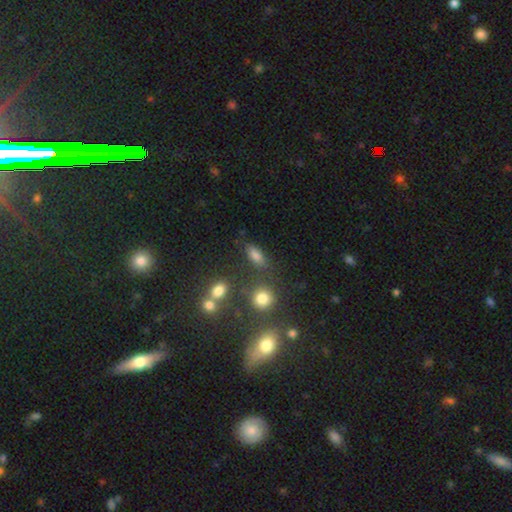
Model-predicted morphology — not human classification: A smooth galaxy with no disk features (78%) that is in between round and cigar-shaped (73%). Merging: none (72%).